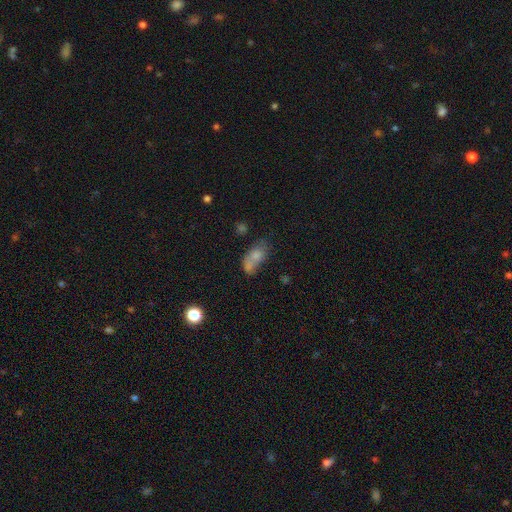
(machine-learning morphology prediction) Smooth or featured? Predicted: smooth (p=0.71). How rounded? Predicted: in between (p=0.82). Merging? Predicted: merger (p=0.42).